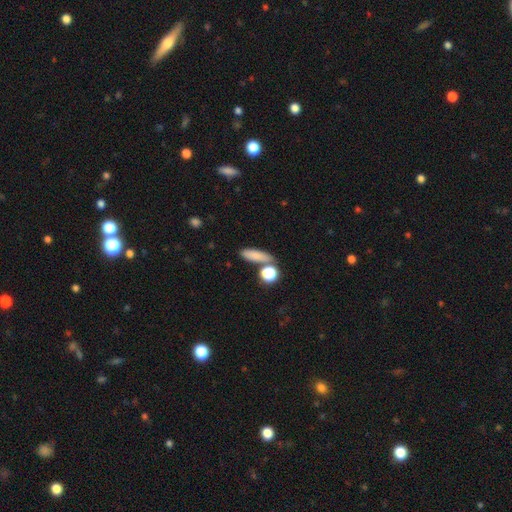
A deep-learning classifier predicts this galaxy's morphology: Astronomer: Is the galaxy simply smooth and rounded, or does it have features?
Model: smooth — 79%.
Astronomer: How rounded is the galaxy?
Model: in between — 44% (runner-up: cigar-shaped, 42%).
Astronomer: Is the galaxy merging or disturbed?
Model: none — 67%.